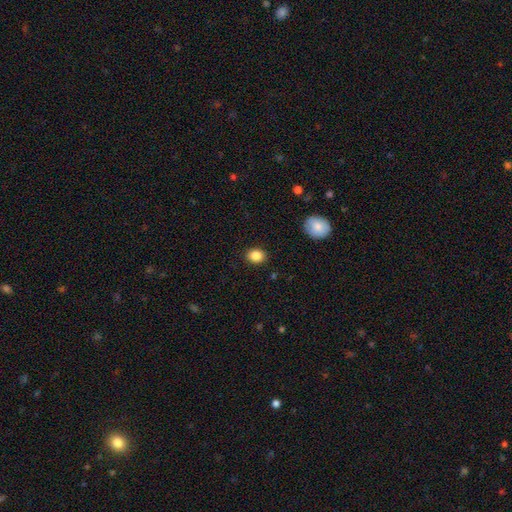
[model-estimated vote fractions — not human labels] smooth 86%, star or artifact 9%, featured or disk 5%. Down the decision tree: how rounded — round (51%); merging — none (89%).